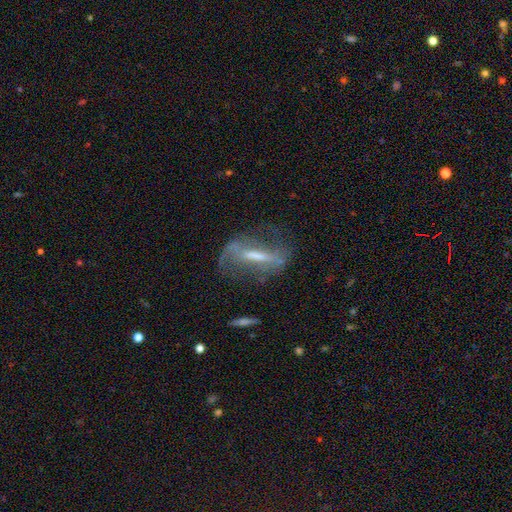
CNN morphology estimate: Overall: featured or disk (70%). Edge-on disk: no (75%). Bar: strong (61%; weak 26%). Spiral arms: yes (68%; no 32%). Bulge size: moderate (38%; small 27%). Merging: none (54%; minor disturbance 22%).